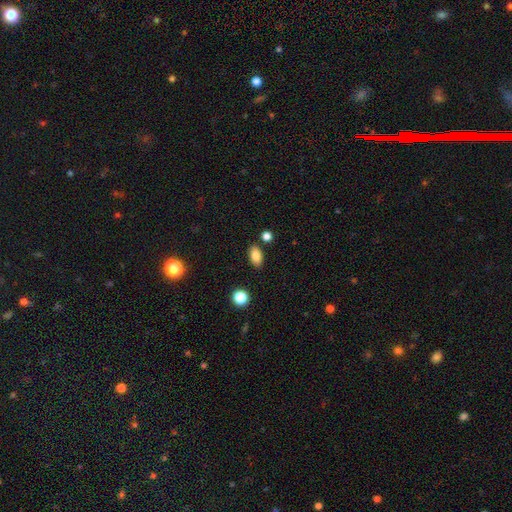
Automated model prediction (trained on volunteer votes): This appears to be a smooth galaxy with no disk features (83%) that is in between round and cigar-shaped (90%). Merging: none (83%).